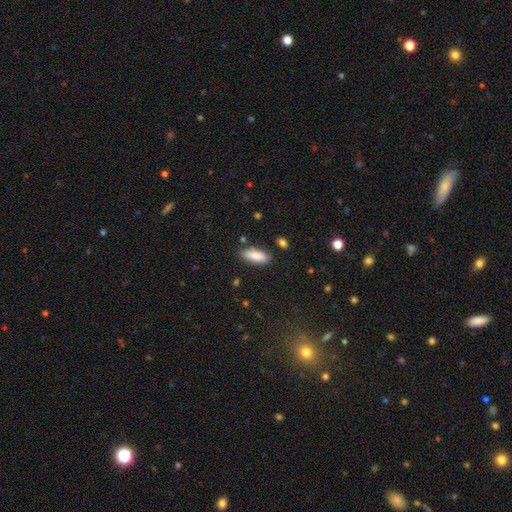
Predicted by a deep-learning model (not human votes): smooth 86%, featured or disk 8%, star or artifact 6%. Down the decision tree: how rounded — in between (70%); merging — none (83%).